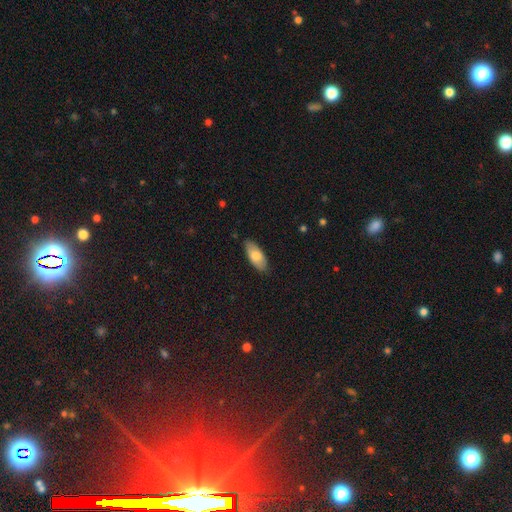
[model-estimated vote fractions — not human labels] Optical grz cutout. It shows a smooth galaxy with no disk features (76%) that is in between round and cigar-shaped (86%). Merging: none (84%).